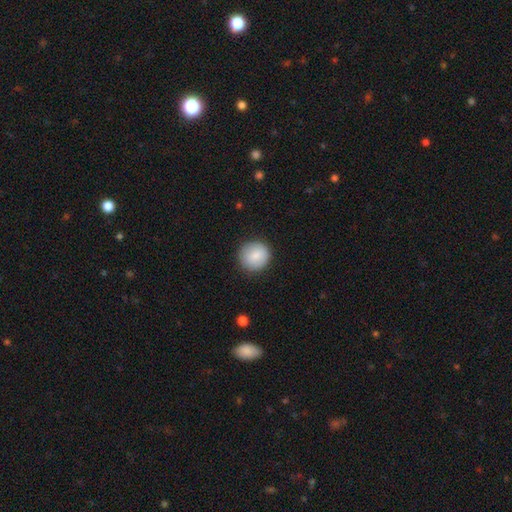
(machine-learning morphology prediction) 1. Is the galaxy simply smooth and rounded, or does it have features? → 85% smooth, 8% featured or disk, 7% star or artifact.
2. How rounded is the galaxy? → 91% round, 8% in between, 1% cigar-shaped.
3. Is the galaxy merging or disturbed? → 88% none, 9% minor disturbance, 2% major disturbance, 1% merger.